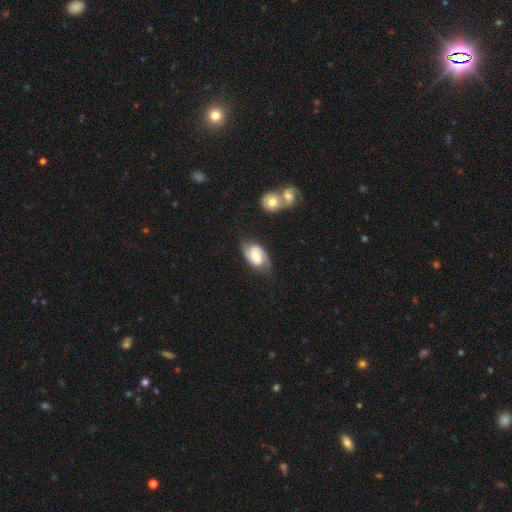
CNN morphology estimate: type=featured or disk (78%); edge-on=no (97%); bar=weak (49%); spiral arms=yes (95%); winding=medium (50%); arm count=2 (90%); bulge=moderate (50%); merging=none (74%).